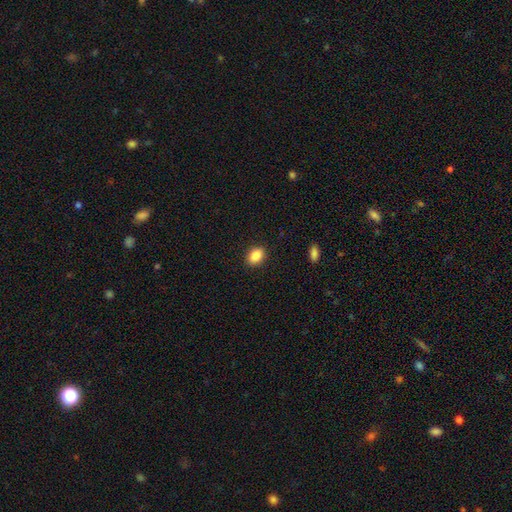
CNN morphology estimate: A smooth galaxy with no disk features (88%) that is in between round and cigar-shaped (78%). Merging: none (89%).